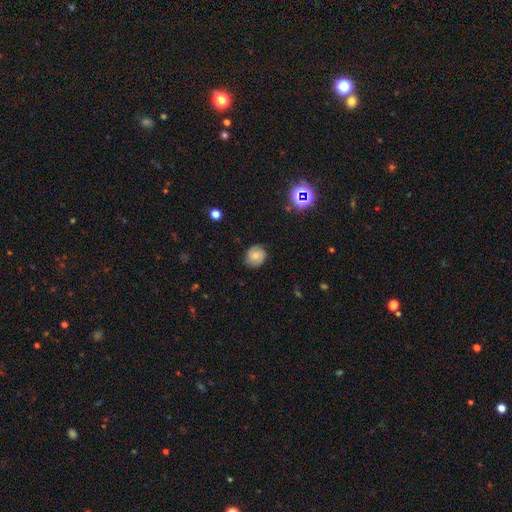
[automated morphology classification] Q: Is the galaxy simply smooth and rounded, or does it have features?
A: smooth — 65%.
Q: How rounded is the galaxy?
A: round — 79%.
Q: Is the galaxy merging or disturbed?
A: none — 83%.